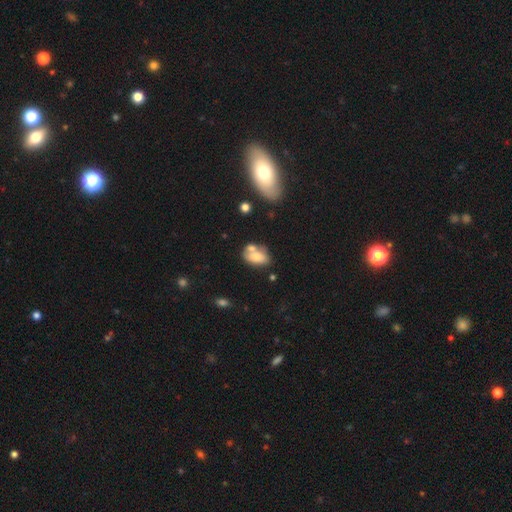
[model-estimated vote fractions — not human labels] Smooth or featured? smooth (73%)
How rounded? in between (86%)
Merging? none (39%)